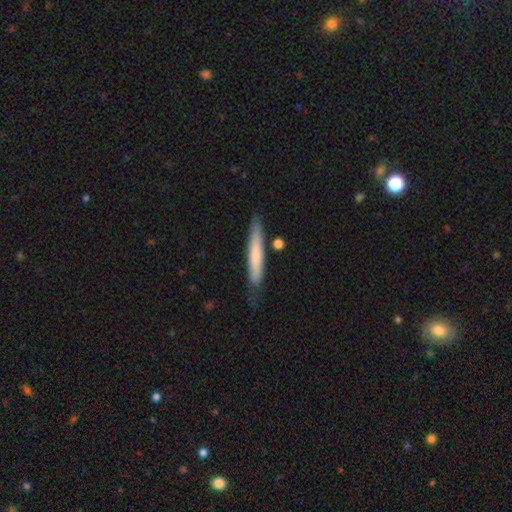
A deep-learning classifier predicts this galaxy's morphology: This is likely a smooth galaxy (66%). How rounded: clearly cigar-shaped (93%). Merging: likely none (76%).